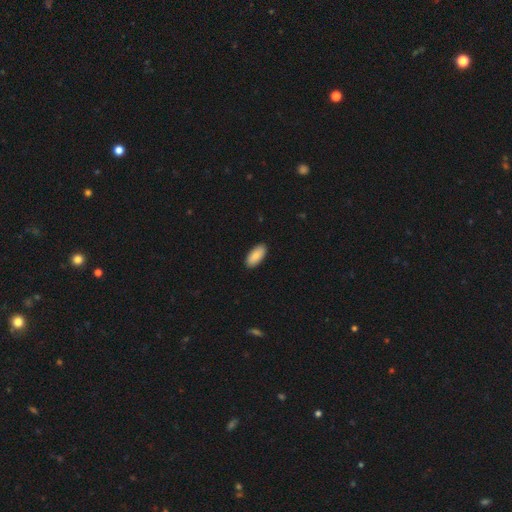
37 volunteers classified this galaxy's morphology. This appears to be a smooth galaxy with no disk features (84%) that is in between round and cigar-shaped (94%). Merging: none (97%).